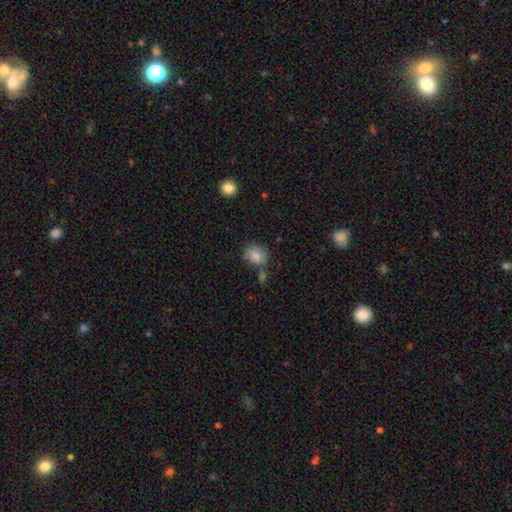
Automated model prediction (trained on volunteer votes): Morphology: type=smooth (82%); roundness=round (61%); merging=none (59%).